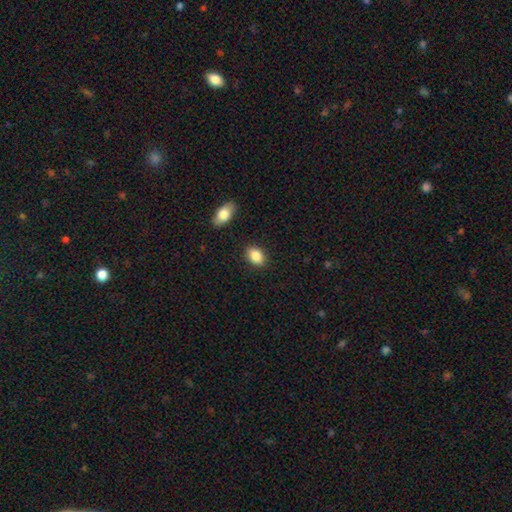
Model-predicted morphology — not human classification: type=smooth (87%); roundness=in between (81%); merging=none (87%).